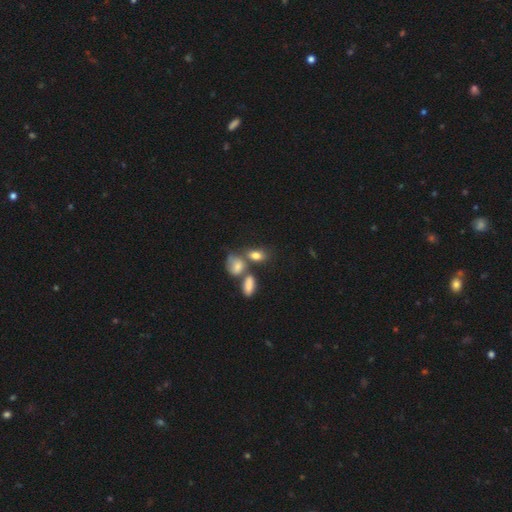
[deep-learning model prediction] smooth_or_featured: smooth (p=0.76) [alt: featured or disk p=0.13]
how_rounded: in between (p=0.79) [alt: round p=0.17]
merging: none (p=0.43) [alt: merger p=0.35]